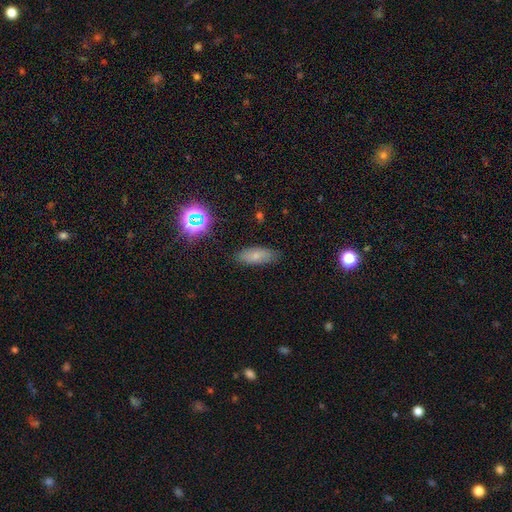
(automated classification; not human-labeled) A smooth galaxy with no disk features (72%) that is in between round and cigar-shaped (75%).

Vote fractions:
- Smooth or featured? smooth: 72% / featured or disk: 15% / star or artifact: 14%
- How rounded? in between: 75% / cigar-shaped: 21% / round: 4%
- Merging? none: 84% / minor disturbance: 12% / major disturbance: 3% / merger: 1%